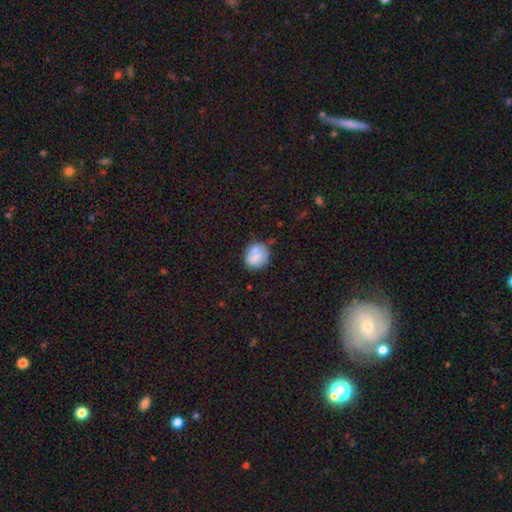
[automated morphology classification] A smooth galaxy with no disk features (71%) that is round (74%).

Vote fractions:
- Smooth or featured? smooth: 71% / featured or disk: 20% / star or artifact: 9%
- How rounded? round: 74% / in between: 25% / cigar-shaped: 1%
- Merging? none: 55% / minor disturbance: 21% / merger: 17% / major disturbance: 7%